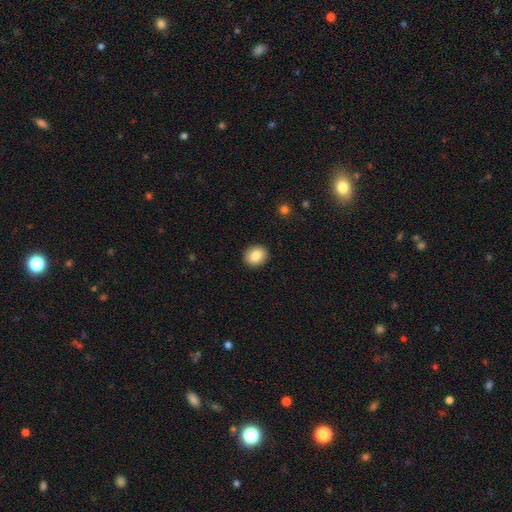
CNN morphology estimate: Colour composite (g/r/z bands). It shows a smooth galaxy with no disk features (84%) that is round (66%). Merging: none (91%).